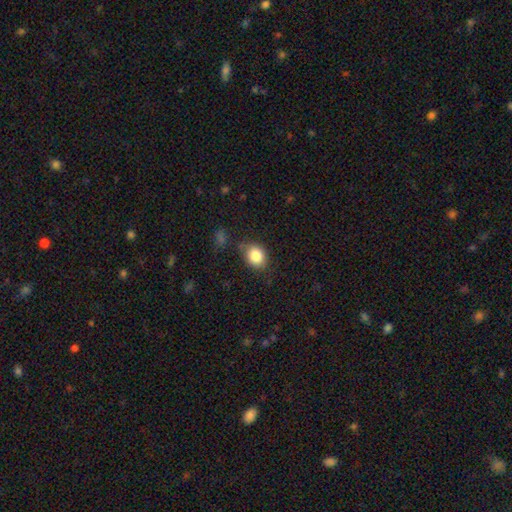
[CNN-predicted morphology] This appears to be a smooth galaxy with no disk features (84%) that is in between round and cigar-shaped (50%). Merging: none (76%).